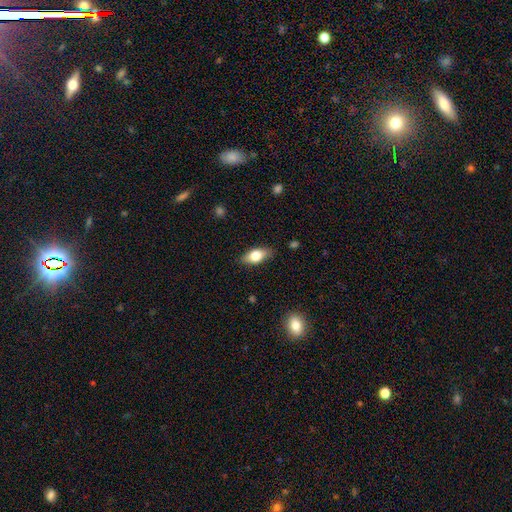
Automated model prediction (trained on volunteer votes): Morphology: type=smooth (73%); roundness=in between (85%); merging=none (83%).